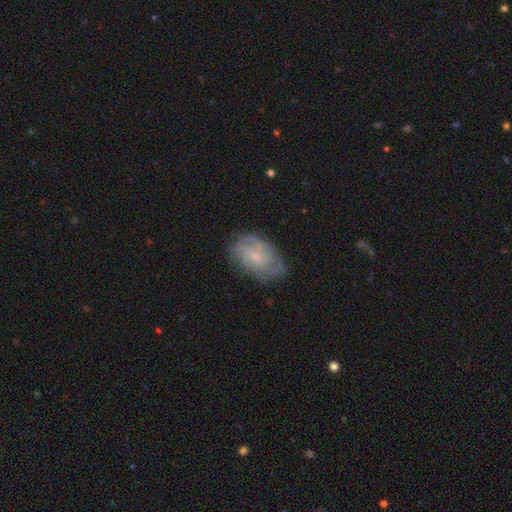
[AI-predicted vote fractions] featured or disk 75%, smooth 18%, star or artifact 7%. Down the decision tree: edge-on disk — no (97%); bar — no (73%); spiral arms — yes (93%); spiral arm count — can't tell (37%); spiral winding — tight (54%); bulge size — small (74%); merging — none (74%).